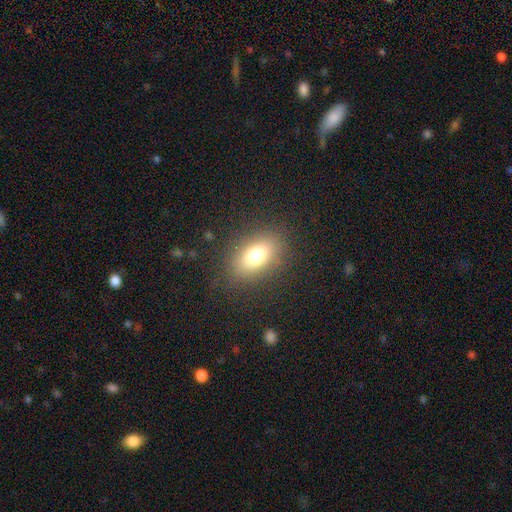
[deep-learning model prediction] Smooth or featured: smooth — 76% (featured or disk — 13%)
How rounded: in between — 82% (round — 15%)
Merging: none — 83% (minor disturbance — 11%)